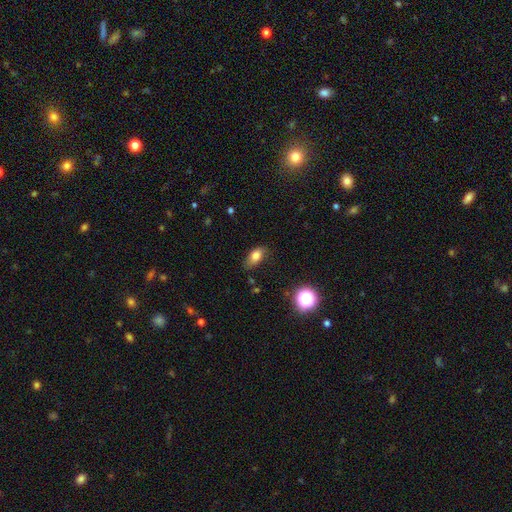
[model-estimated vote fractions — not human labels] This is likely a smooth galaxy (78%). How rounded: clearly in between (85%). Merging: likely none (73%).